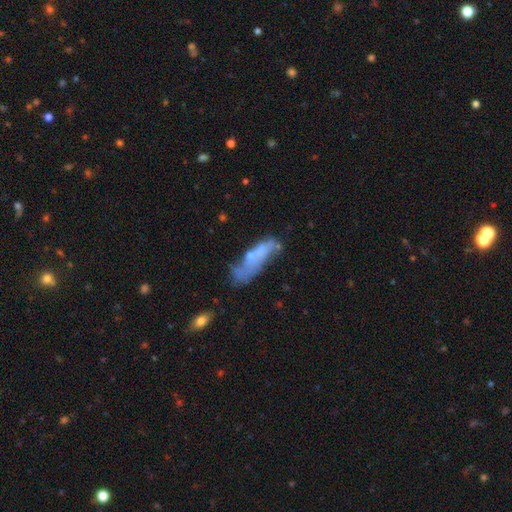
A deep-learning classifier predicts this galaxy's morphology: A smooth galaxy with no disk features (48%).

Vote fractions:
- Smooth or featured? smooth: 48% / featured or disk: 42% / star or artifact: 10%
- Merging? none: 34% / minor disturbance: 24% / major disturbance: 21% / merger: 21%